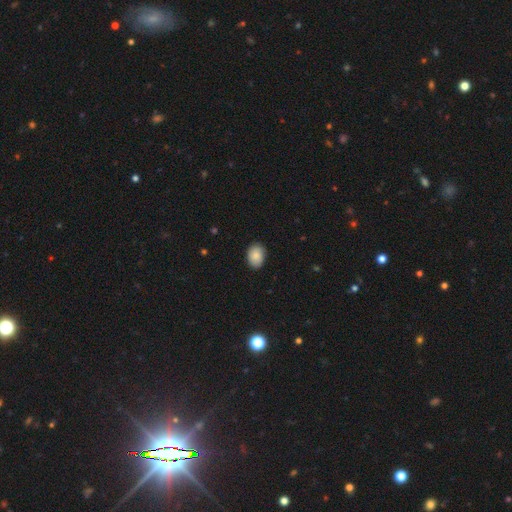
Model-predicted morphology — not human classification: This is clearly a smooth galaxy (88%). How rounded: clearly in between (81%). Merging: clearly none (88%).